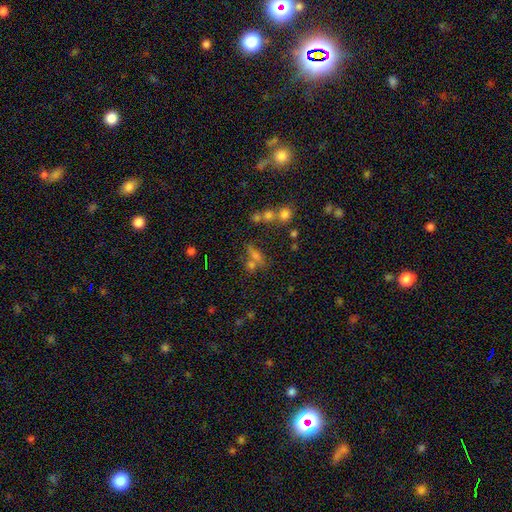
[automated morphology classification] smooth 49%, star or artifact 32%, featured or disk 19%. Down the decision tree: merging — none (46%).